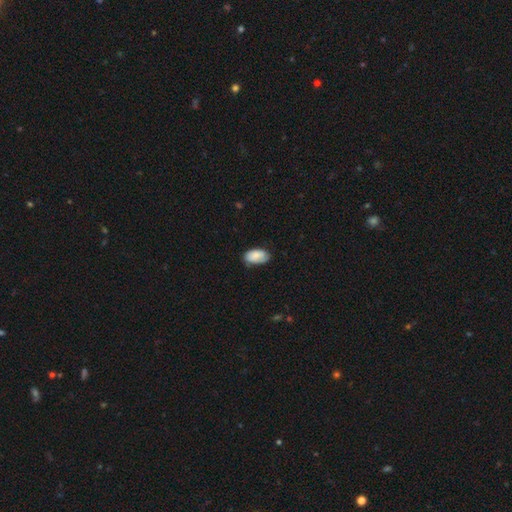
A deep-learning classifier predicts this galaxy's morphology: Smooth or featured: smooth — 84% (featured or disk — 10%)
How rounded: in between — 95% (round — 4%)
Merging: none — 69% (minor disturbance — 25%)